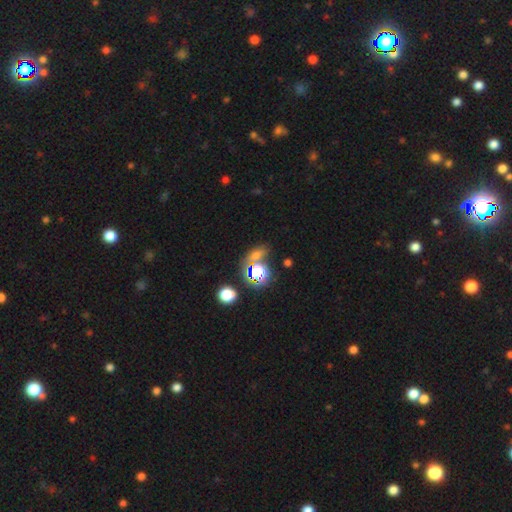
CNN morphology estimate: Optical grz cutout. It shows a smooth galaxy with no disk features (46%). Merging: none (60%).